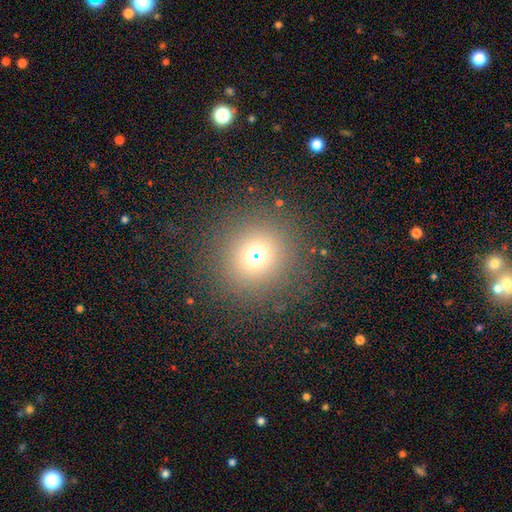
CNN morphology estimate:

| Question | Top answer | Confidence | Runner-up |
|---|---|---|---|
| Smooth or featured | smooth | 61% | star or artifact (30%) |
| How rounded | round | 91% | in between (7%) |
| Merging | none | 84% | minor disturbance (7%) |